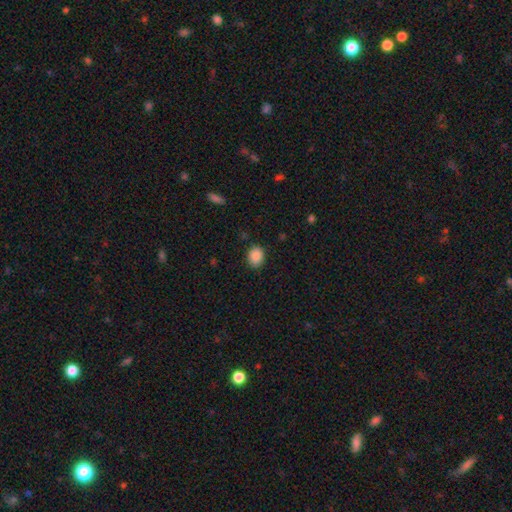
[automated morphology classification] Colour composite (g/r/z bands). It shows a smooth galaxy with no disk features (87%) that is round (53%). Merging: none (86%).